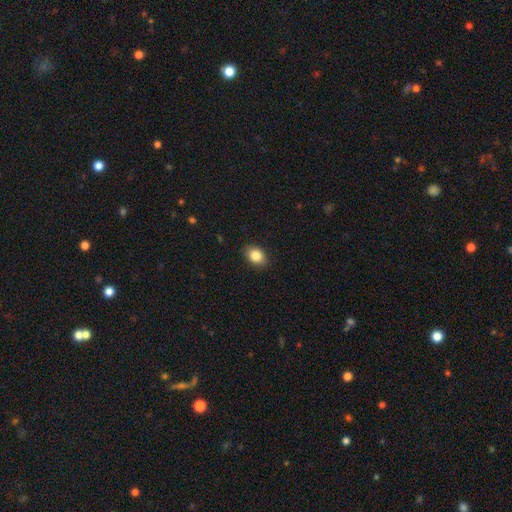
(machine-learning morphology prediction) type=smooth (86%); roundness=in between (69%); merging=none (87%).